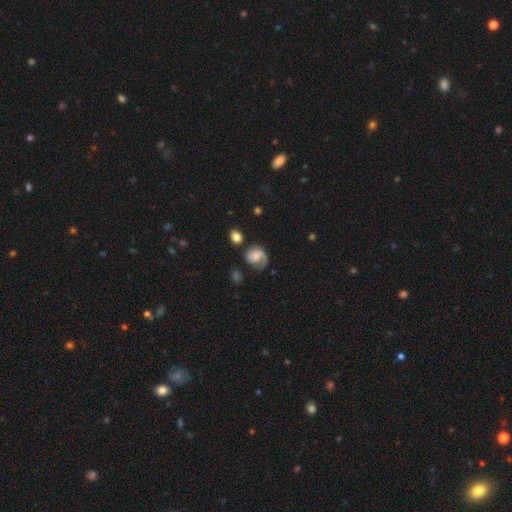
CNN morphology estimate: Q: Smooth or featured?
A: featured or disk (56%); runner-up: smooth (36%)
Q: Edge-on disk?
A: no (98%); runner-up: yes (2%)
Q: Bar?
A: no (71%); runner-up: weak (25%)
Q: Spiral arms?
A: yes (89%); runner-up: no (11%)
Q: Bulge size?
A: none (27%); runner-up: small (26%)
Q: Merging?
A: none (49%); runner-up: major disturbance (24%)